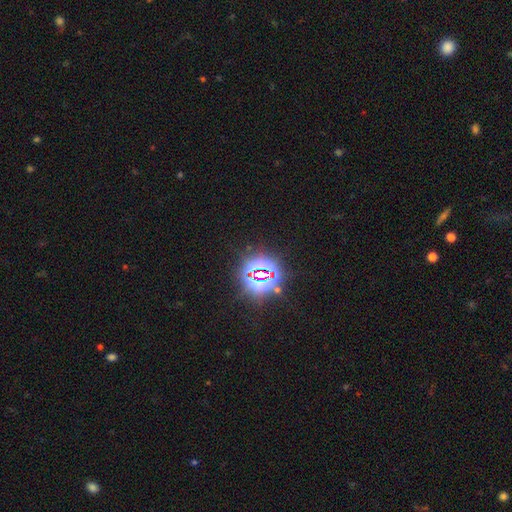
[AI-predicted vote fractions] Morphology: type=star or artifact (83%).